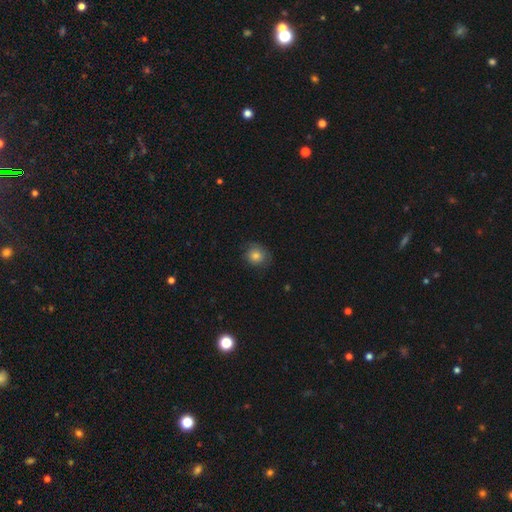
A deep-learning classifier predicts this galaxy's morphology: A smooth galaxy with no disk features (78%) that is round (80%). Merging: none (76%).